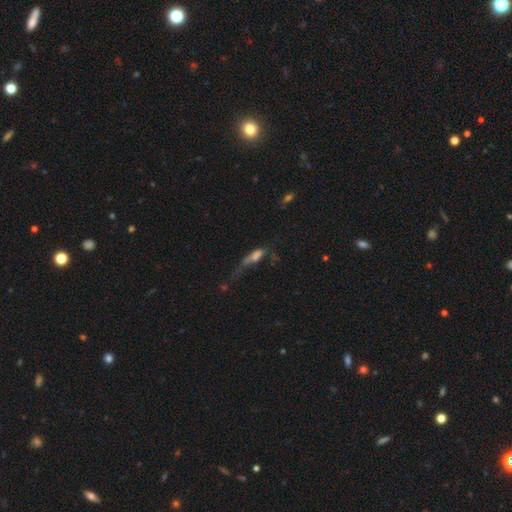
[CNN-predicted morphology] Smooth or featured? Predicted: smooth (p=0.59). How rounded? Predicted: in between (p=0.53). Merging? Predicted: major disturbance (p=0.49).